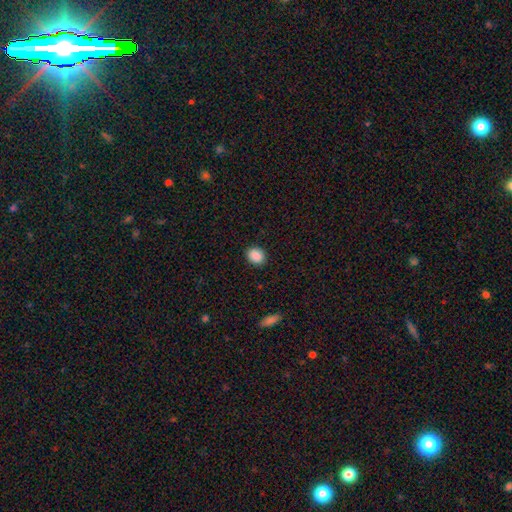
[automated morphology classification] Smooth or featured: smooth — 88% (star or artifact — 8%)
How rounded: round — 62% (in between — 37%)
Merging: none — 90% (minor disturbance — 6%)